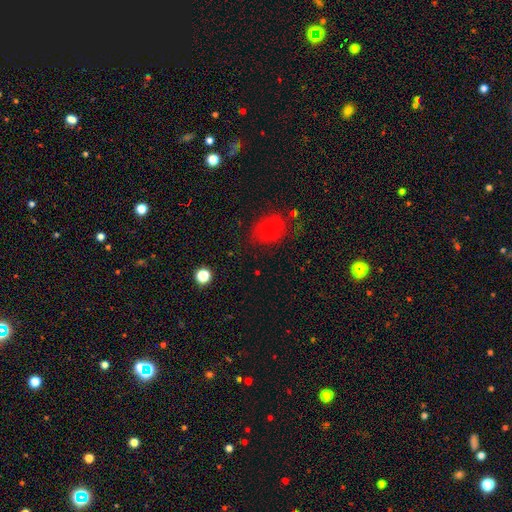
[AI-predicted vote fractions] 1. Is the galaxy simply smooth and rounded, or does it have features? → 64% smooth, 22% star or artifact, 14% featured or disk.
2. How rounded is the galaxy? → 53% round, 45% in between, 2% cigar-shaped.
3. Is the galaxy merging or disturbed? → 71% none, 17% minor disturbance, 7% major disturbance, 4% merger.